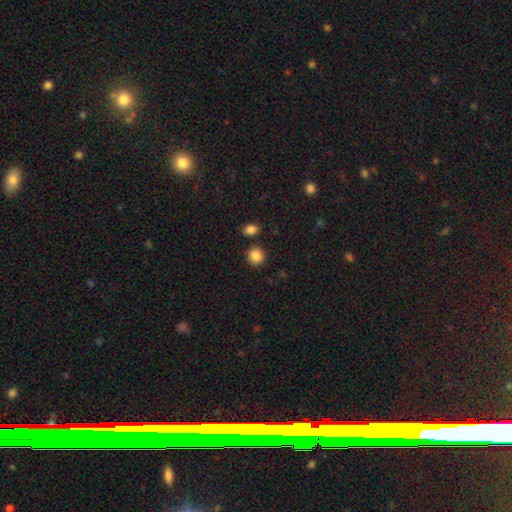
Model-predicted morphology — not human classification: Smooth or featured? Predicted: smooth (p=0.87). How rounded? Predicted: round (p=0.90). Merging? Predicted: none (p=0.86).